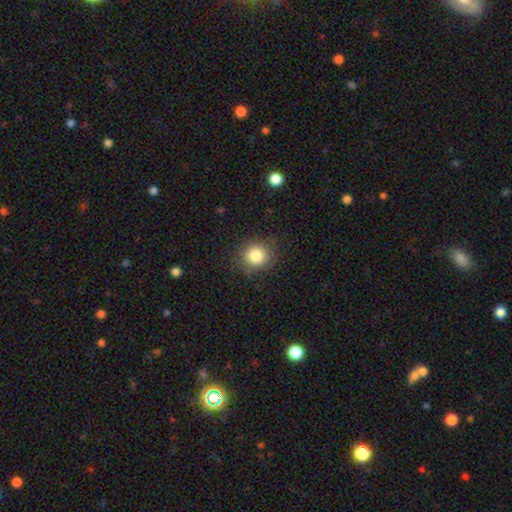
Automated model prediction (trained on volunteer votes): A smooth galaxy with no disk features (83%) that is round (88%). Merging: none (85%).